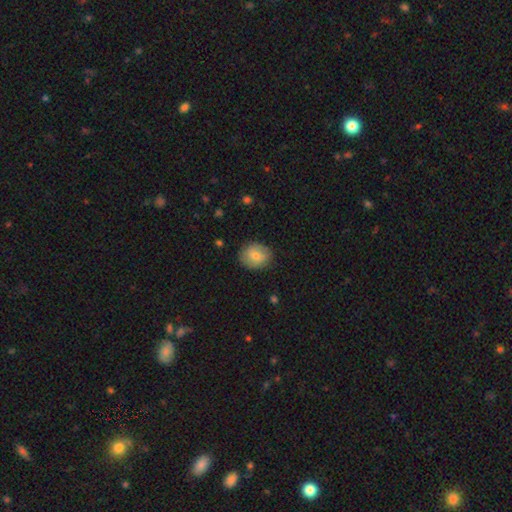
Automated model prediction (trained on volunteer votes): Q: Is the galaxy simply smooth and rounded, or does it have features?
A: smooth — 70%.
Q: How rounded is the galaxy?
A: round — 64%.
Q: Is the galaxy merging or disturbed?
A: none — 85%.